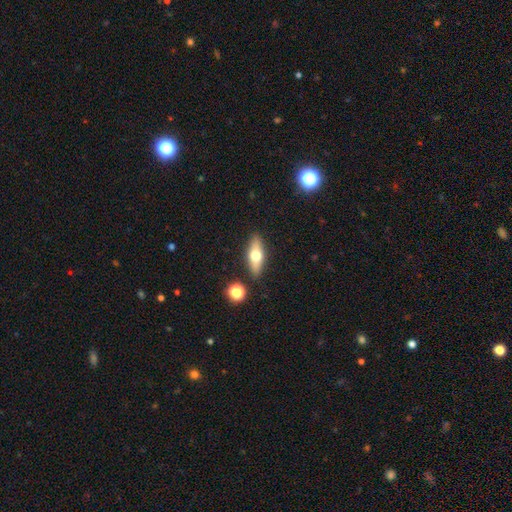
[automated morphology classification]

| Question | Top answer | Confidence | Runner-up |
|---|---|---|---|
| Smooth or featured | smooth | 53% | featured or disk (40%) |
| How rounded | in between | 59% | cigar-shaped (36%) |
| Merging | none | 86% | minor disturbance (9%) |